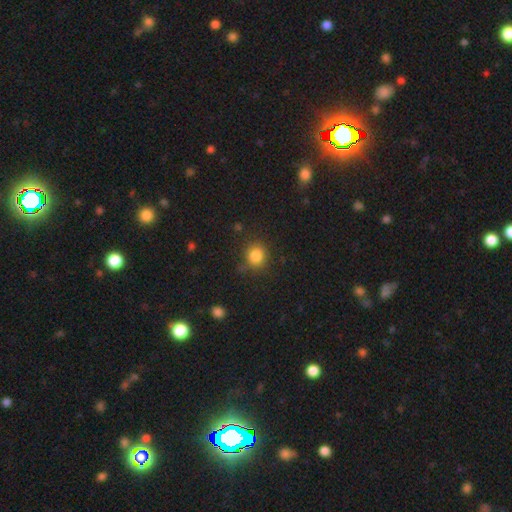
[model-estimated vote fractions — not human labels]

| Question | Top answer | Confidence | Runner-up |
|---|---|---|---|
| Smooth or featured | smooth | 83% | star or artifact (12%) |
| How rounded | round | 86% | in between (13%) |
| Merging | none | 80% | minor disturbance (12%) |